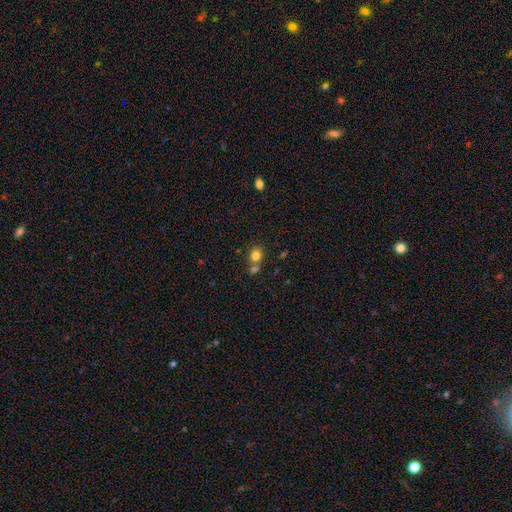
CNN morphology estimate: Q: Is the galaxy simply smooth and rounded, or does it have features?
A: smooth — 81%.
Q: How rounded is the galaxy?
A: round — 67%.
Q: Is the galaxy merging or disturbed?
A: none — 55%.